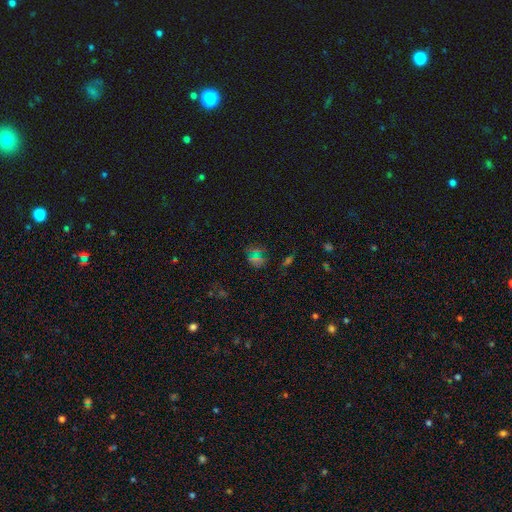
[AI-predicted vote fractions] Smooth or featured: star or artifact — 49% (smooth — 40%)